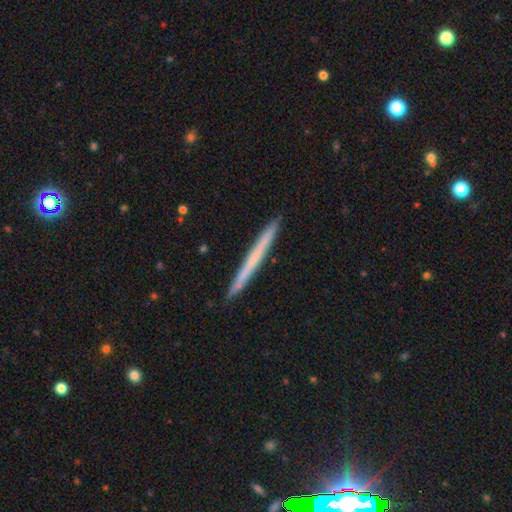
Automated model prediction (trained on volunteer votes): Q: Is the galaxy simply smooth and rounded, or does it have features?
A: smooth — 53%.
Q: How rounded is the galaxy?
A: cigar-shaped — 97%.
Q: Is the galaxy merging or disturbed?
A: none — 92%.